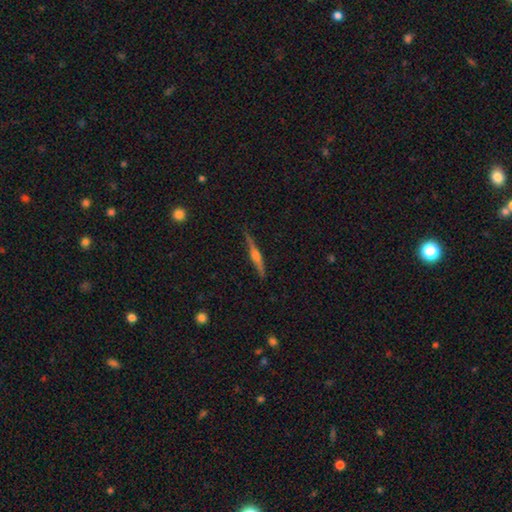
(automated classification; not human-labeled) featured or disk 79%, smooth 15%, star or artifact 6%. Down the decision tree: edge-on disk — yes (98%); edge-on bulge — rounded (90%); merging — none (88%).